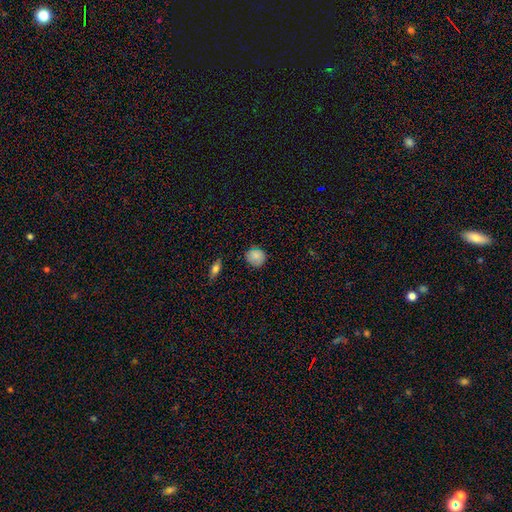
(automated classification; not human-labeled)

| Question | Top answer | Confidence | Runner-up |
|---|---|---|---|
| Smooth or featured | smooth | 82% | star or artifact (9%) |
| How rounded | round | 83% | in between (16%) |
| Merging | none | 80% | minor disturbance (16%) |